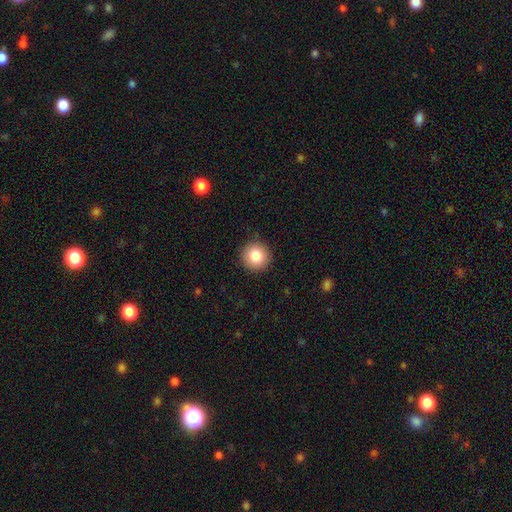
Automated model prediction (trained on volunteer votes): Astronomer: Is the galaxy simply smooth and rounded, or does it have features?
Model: smooth — 84%.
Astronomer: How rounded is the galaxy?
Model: round — 94%.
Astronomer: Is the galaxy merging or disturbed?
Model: none — 91%.